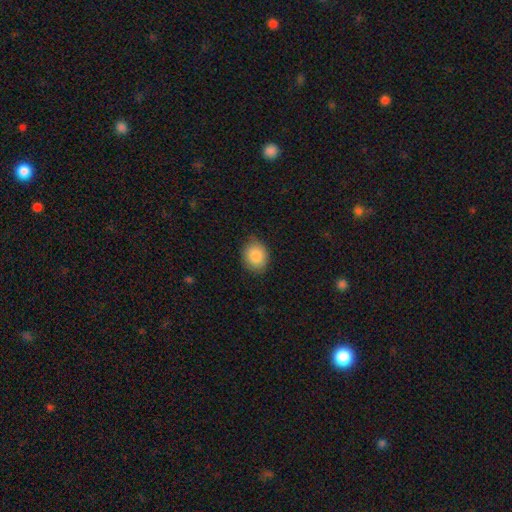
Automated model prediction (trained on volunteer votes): smooth-or-featured: smooth: 87% | star or artifact: 7% | featured or disk: 6%
  how-rounded: round: 56% | in between: 43% | cigar-shaped: 1%
  merging: none: 80% | minor disturbance: 16% | major disturbance: 3% | merger: 1%